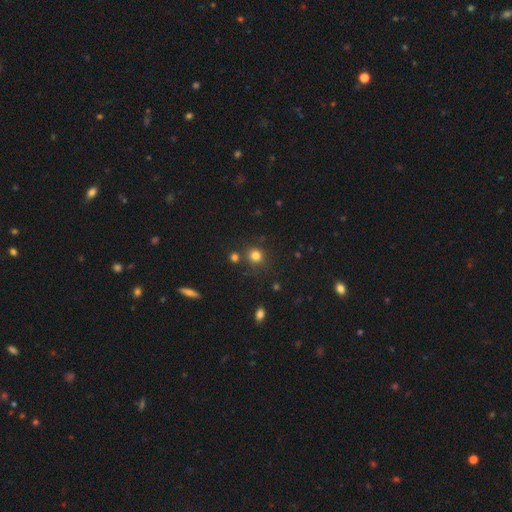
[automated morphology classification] Smooth or featured? smooth (79%)
How rounded? round (86%)
Merging? none (76%)